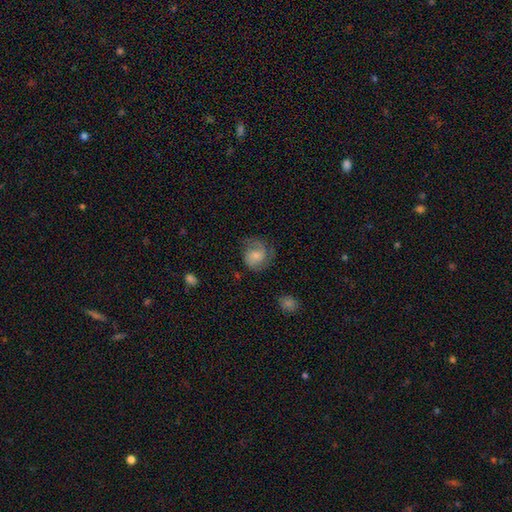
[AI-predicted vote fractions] featured or disk 48%, smooth 44%, star or artifact 8%. Down the decision tree: merging — none (61%).